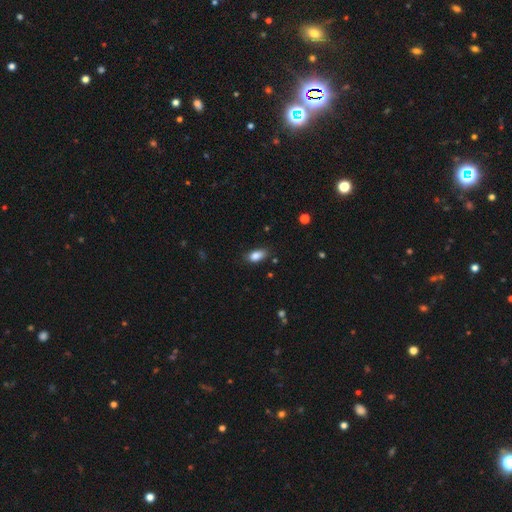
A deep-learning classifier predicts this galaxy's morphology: This is clearly a smooth galaxy (86%). How rounded: clearly in between (90%). Merging: likely none (79%).